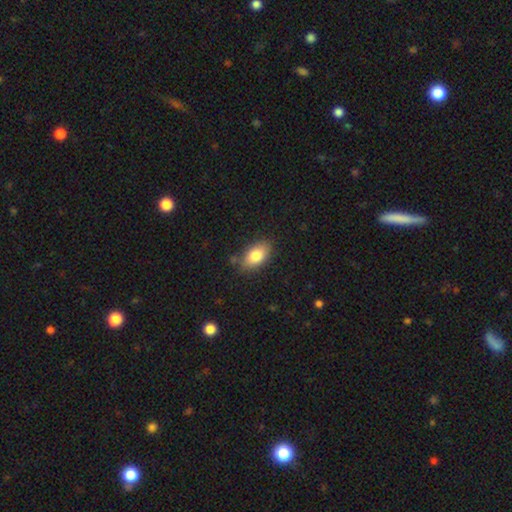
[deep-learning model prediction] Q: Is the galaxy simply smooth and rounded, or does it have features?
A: smooth — 81%.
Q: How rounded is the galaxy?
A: in between — 91%.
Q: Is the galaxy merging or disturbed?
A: none — 81%.